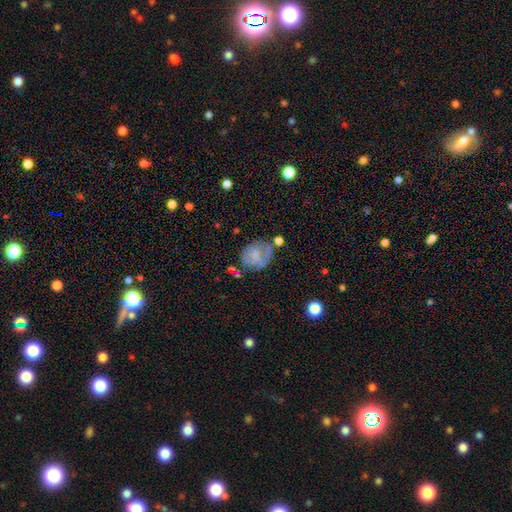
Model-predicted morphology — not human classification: smooth_or_featured: smooth (p=0.48) [alt: featured or disk p=0.44]
merging: none (p=0.51) [alt: minor disturbance p=0.27]